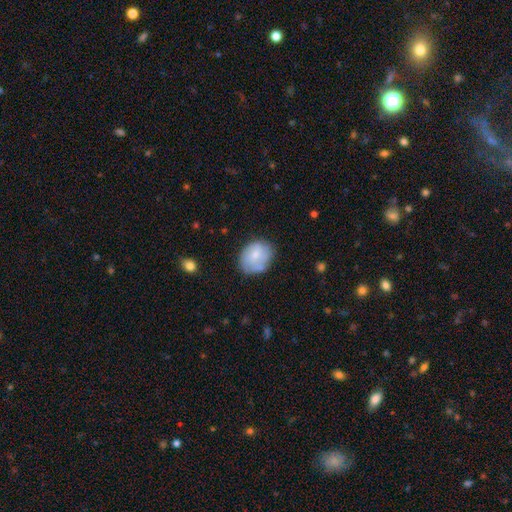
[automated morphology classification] Overall: smooth (68%). How rounded: in between (55%; round 44%). Merging: none (64%; minor disturbance 24%).